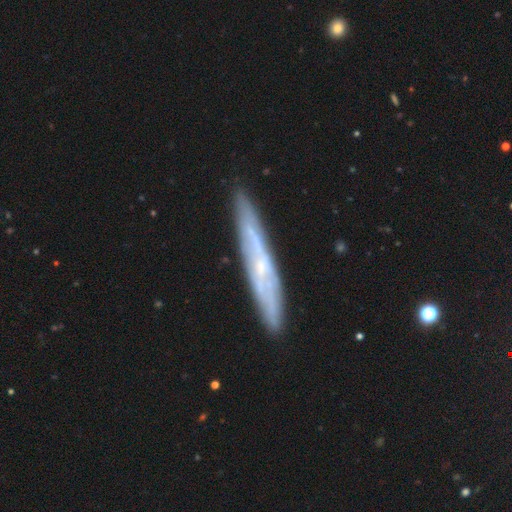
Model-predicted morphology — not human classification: smooth_or_featured: featured or disk (p=0.68) [alt: smooth p=0.25]
disk_edge_on: yes (p=0.76) [alt: no p=0.24]
edge_on_bulge: none (p=0.65) [alt: rounded p=0.30]
merging: none (p=0.85) [alt: minor disturbance p=0.11]